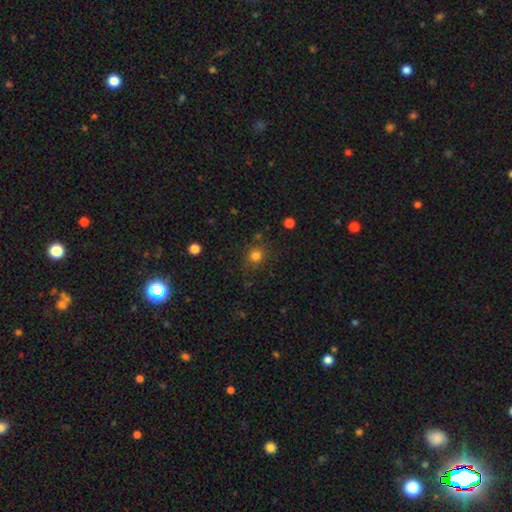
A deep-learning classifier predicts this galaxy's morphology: Smooth or featured?
  - smooth: 80% *
  - star or artifact: 14%
  - featured or disk: 6%
How rounded?
  - round: 83% *
  - in between: 16%
  - cigar-shaped: 1%
Merging?
  - none: 81% *
  - minor disturbance: 12%
  - major disturbance: 4%
  - merger: 3%